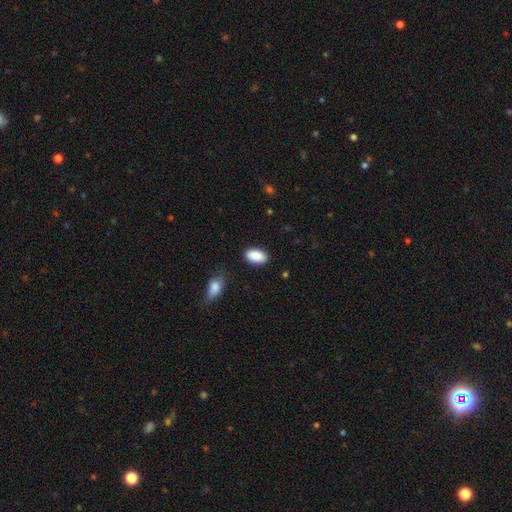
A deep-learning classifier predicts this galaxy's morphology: Smooth or featured? smooth (90%)
How rounded? in between (94%)
Merging? none (85%)